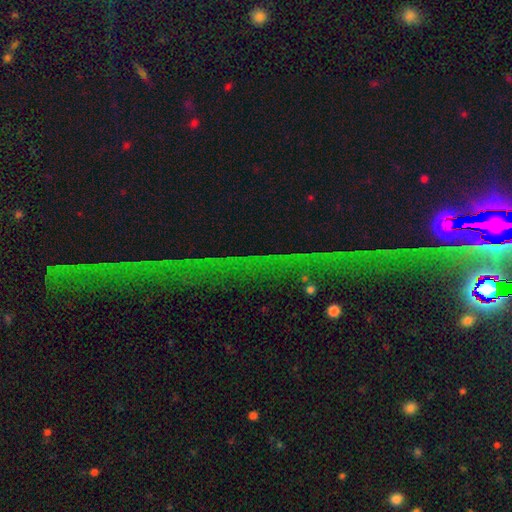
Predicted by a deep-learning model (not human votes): Smooth or featured? Predicted: star or artifact (p=0.83).